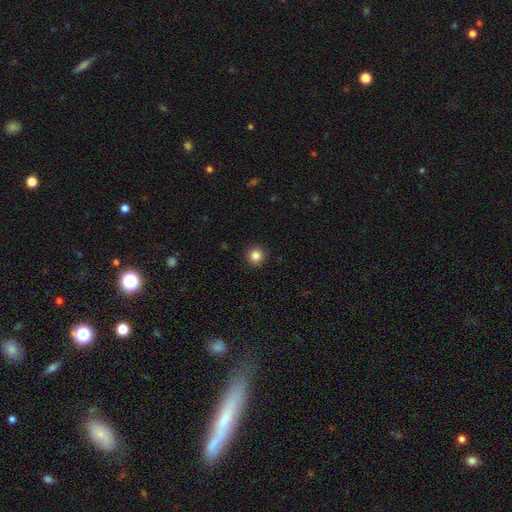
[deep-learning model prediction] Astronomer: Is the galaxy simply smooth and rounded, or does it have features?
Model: smooth — 85%.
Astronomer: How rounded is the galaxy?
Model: round — 94%.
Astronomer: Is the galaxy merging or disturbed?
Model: none — 93%.